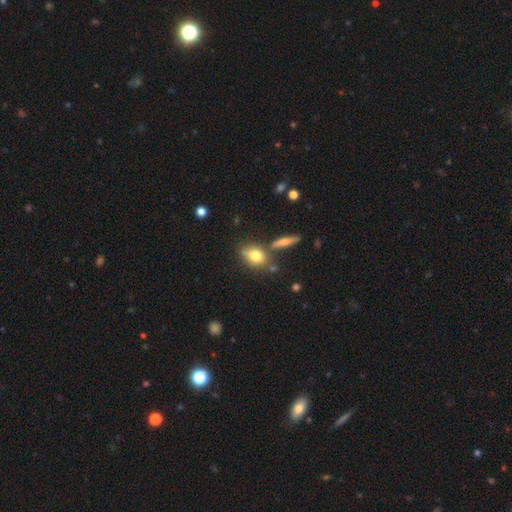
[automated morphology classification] Smooth or featured?
  - smooth: 75% *
  - featured or disk: 16%
  - star or artifact: 10%
How rounded?
  - in between: 66% *
  - round: 28%
  - cigar-shaped: 5%
Merging?
  - none: 61% *
  - minor disturbance: 17%
  - merger: 17%
  - major disturbance: 6%